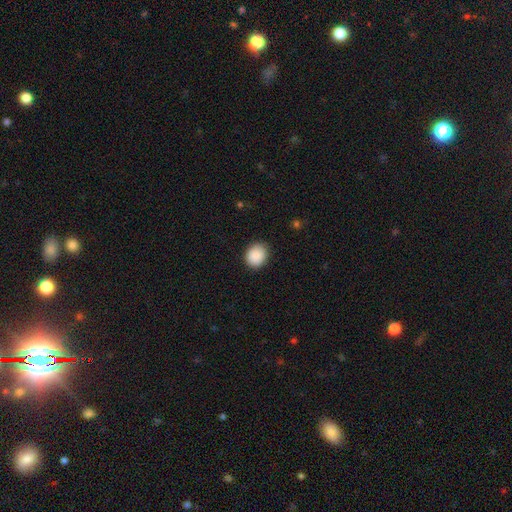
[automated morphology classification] smooth-or-featured: smooth: 90% | star or artifact: 7% | featured or disk: 3%
  how-rounded: round: 68% | in between: 32% | cigar-shaped: 1%
  merging: none: 86% | minor disturbance: 10% | major disturbance: 2% | merger: 1%